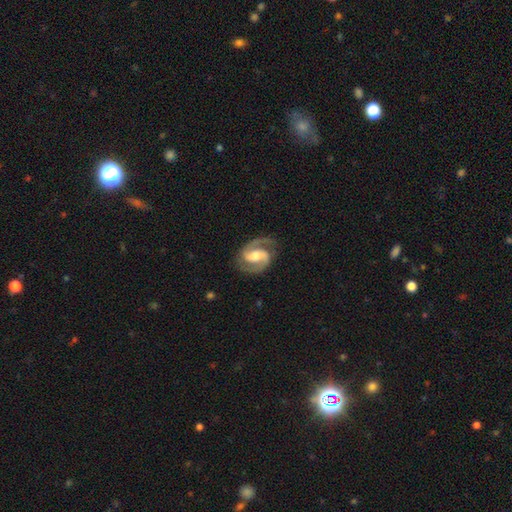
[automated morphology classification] A featured or disk galaxy (92%) with a weak bar (44%), 2 (94%) medium (61%) spiral arms (98%) and a moderate central bulge (64%).

Vote fractions:
- Smooth or featured? featured or disk: 92% / smooth: 4% / star or artifact: 4%
- Edge-on disk? no: 98% / yes: 2%
- Bar? weak: 44% / strong: 31% / no: 25%
- Spiral arms? yes: 98% / no: 2%
- Spiral winding? medium: 61% / tight: 27% / loose: 12%
- Spiral arm count? 2: 94% / can't tell: 1% / 1: 1% / 3: 1% / 4: 1% / more than 4: 1%
- Bulge size? moderate: 64% / small: 16% / large: 15% / none: 3% / dominant: 1%
- Merging? none: 84% / minor disturbance: 12% / major disturbance: 4% / merger: 1%